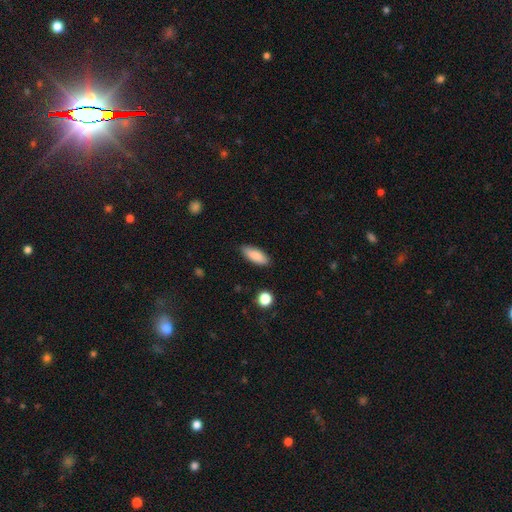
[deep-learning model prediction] A smooth galaxy with no disk features (86%) that is in between round and cigar-shaped (72%). Merging: none (86%).